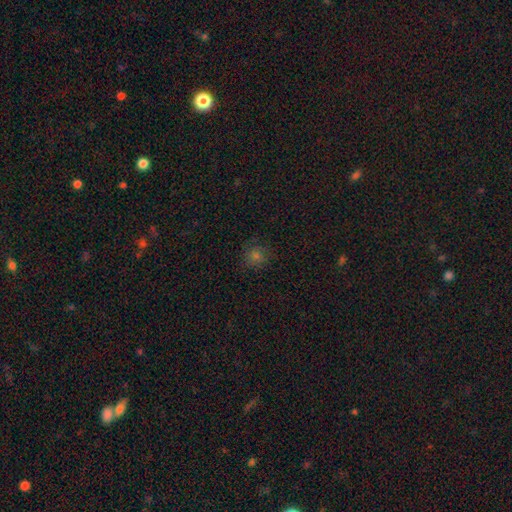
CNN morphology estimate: A smooth galaxy with no disk features (68%) that is round (88%).

Vote fractions:
- Smooth or featured? smooth: 68% / star or artifact: 24% / featured or disk: 9%
- How rounded? round: 88% / in between: 11% / cigar-shaped: 1%
- Merging? none: 85% / minor disturbance: 11% / major disturbance: 3% / merger: 1%